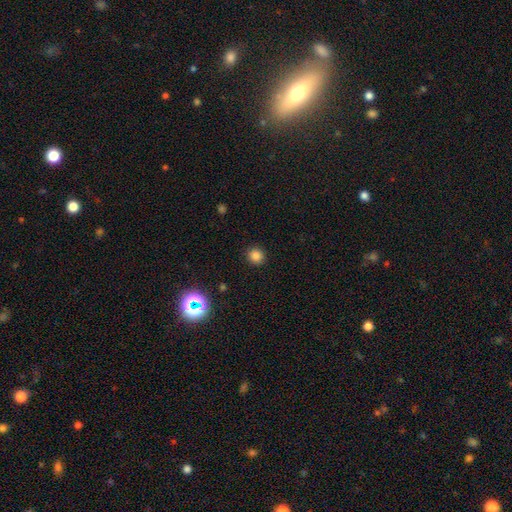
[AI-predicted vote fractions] smooth 82%, star or artifact 14%, featured or disk 4%. Down the decision tree: how rounded — round (89%); merging — none (90%).